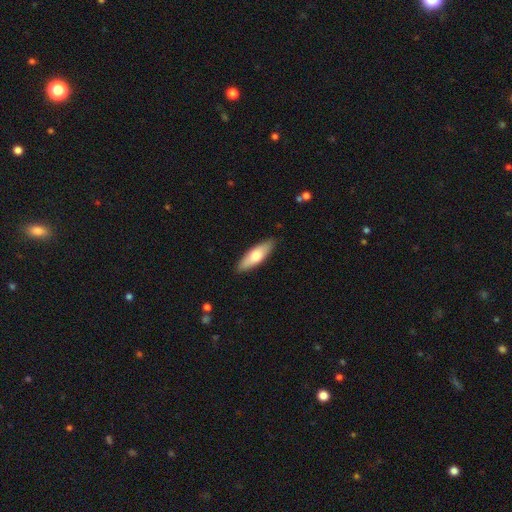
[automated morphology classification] type=smooth (67%); roundness=in between (52%); merging=none (88%).